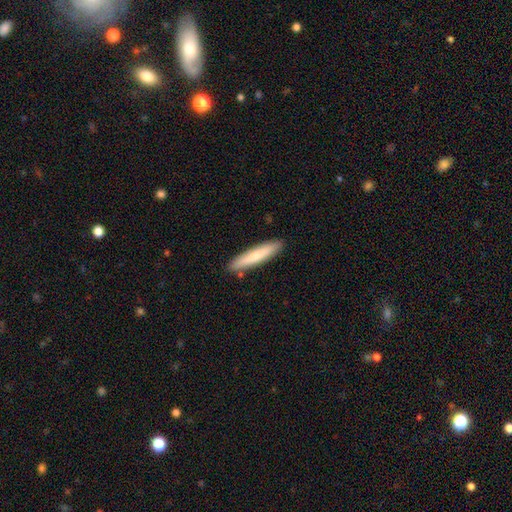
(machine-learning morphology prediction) Smooth or featured? smooth (70%)
How rounded? cigar-shaped (89%)
Merging? none (88%)